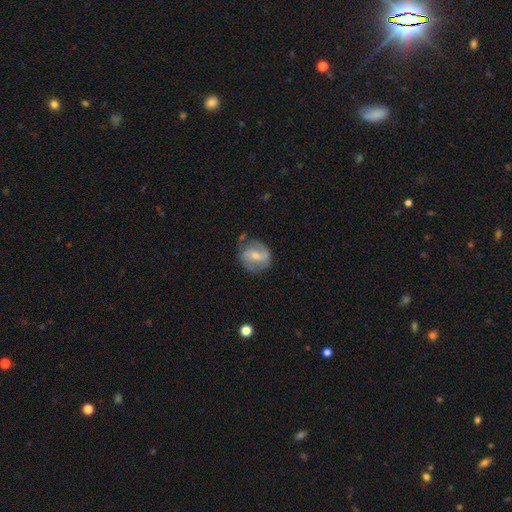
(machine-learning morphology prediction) type=featured or disk (61%); edge-on=no (96%); bar=weak (46%); spiral arms=yes (77%); bulge=moderate (48%); merging=none (65%).